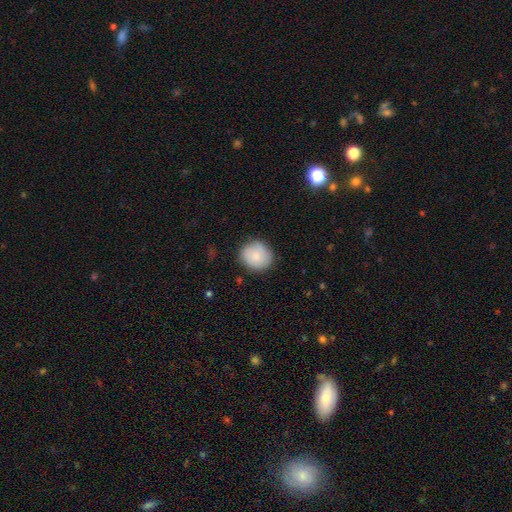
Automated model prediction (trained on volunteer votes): Smooth or featured? Predicted: smooth (p=0.79). How rounded? Predicted: round (p=0.83). Merging? Predicted: none (p=0.81).